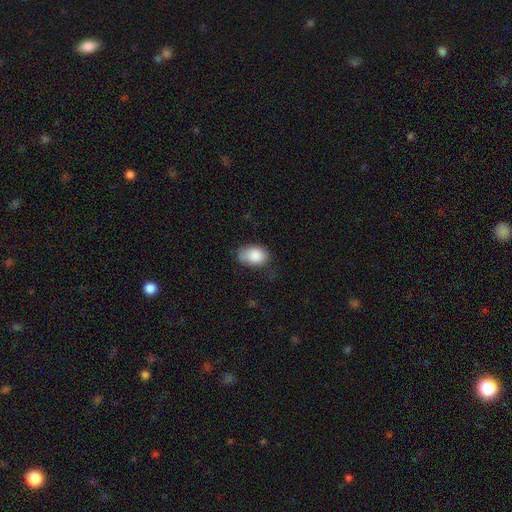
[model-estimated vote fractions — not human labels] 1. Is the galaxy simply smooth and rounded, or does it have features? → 87% smooth, 7% star or artifact, 6% featured or disk.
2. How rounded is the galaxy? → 82% in between, 16% round, 1% cigar-shaped.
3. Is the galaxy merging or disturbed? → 54% none, 34% minor disturbance, 10% major disturbance, 2% merger.